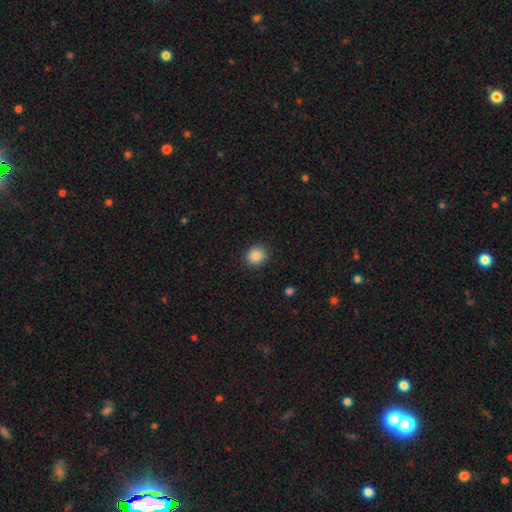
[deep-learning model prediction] Overall: smooth (87%). How rounded: round (84%). Merging: none (90%).